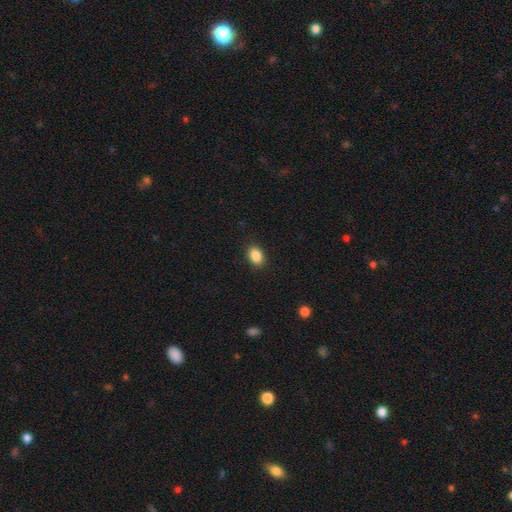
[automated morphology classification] Overall: smooth (87%). How rounded: in between (79%). Merging: none (89%).